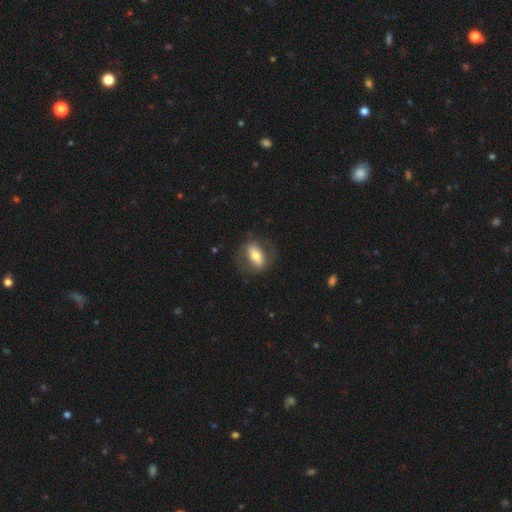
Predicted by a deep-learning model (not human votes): Morphology: type=smooth (52%); roundness=in between (81%); merging=none (72%).